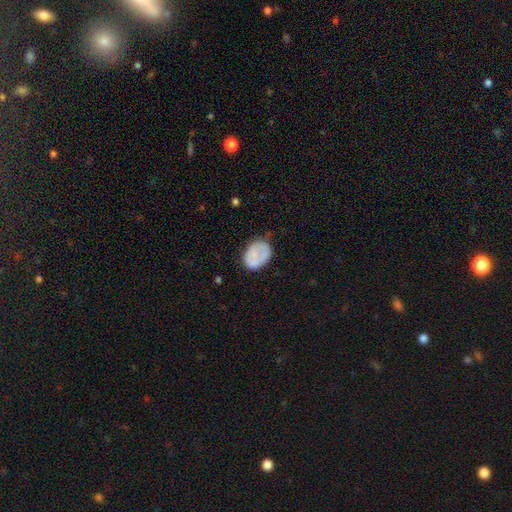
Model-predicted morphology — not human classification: A smooth galaxy with no disk features (75%) that is in between round and cigar-shaped (72%).

Vote fractions:
- Smooth or featured? smooth: 75% / featured or disk: 17% / star or artifact: 7%
- How rounded? in between: 72% / round: 27% / cigar-shaped: 1%
- Merging? none: 65% / minor disturbance: 24% / major disturbance: 9% / merger: 2%